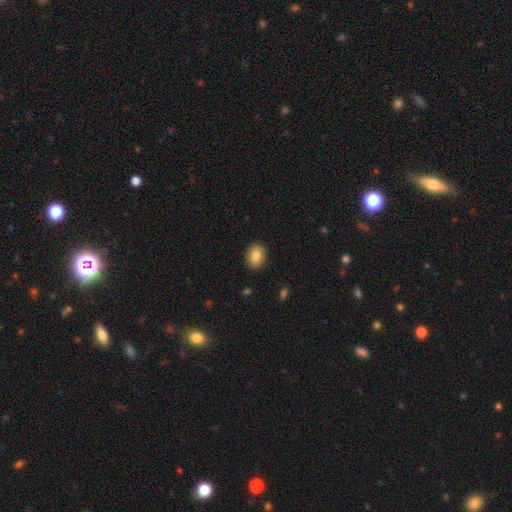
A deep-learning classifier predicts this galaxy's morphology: Overall: smooth (85%). How rounded: in between (63%; round 36%). Merging: none (90%).